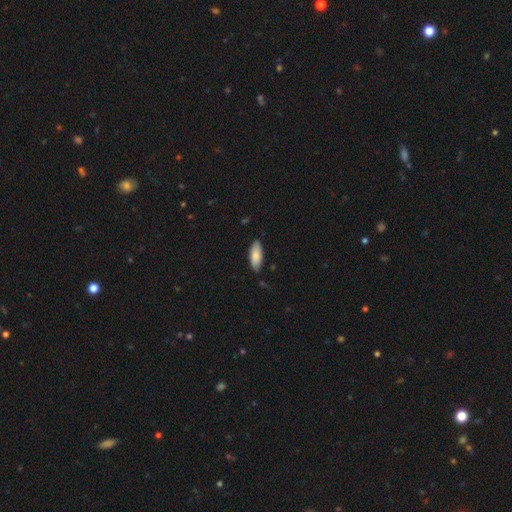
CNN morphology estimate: smooth-or-featured: smooth: 85% | featured or disk: 10% | star or artifact: 6%
  how-rounded: in between: 76% | cigar-shaped: 22% | round: 2%
  merging: none: 83% | minor disturbance: 13% | major disturbance: 2% | merger: 1%